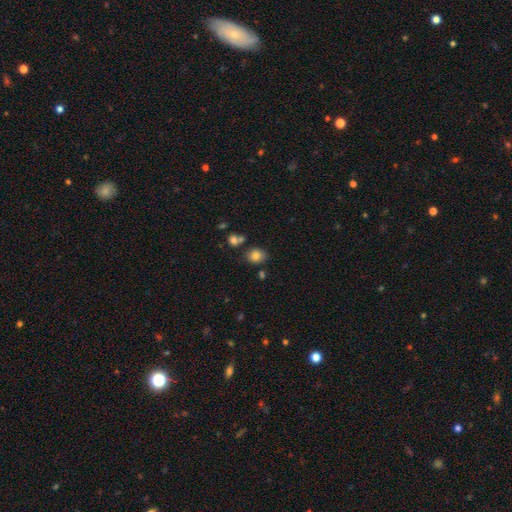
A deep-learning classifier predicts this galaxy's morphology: Smooth or featured?
  - smooth: 81% *
  - star or artifact: 11%
  - featured or disk: 8%
How rounded?
  - round: 57% *
  - in between: 42%
  - cigar-shaped: 1%
Merging?
  - none: 74% *
  - minor disturbance: 12%
  - merger: 10%
  - major disturbance: 3%